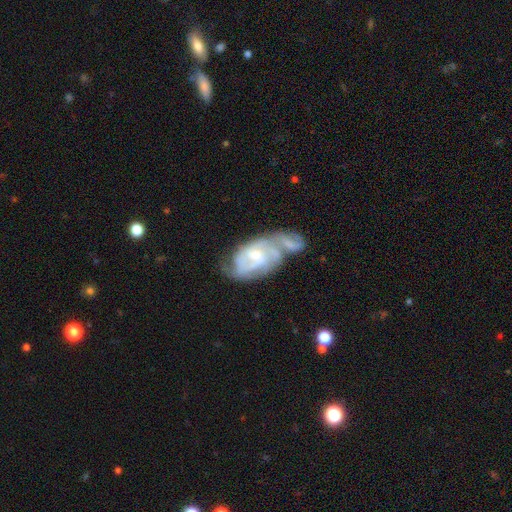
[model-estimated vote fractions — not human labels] A featured or disk galaxy (79%) with no bar (50%), 2 (42%) tight (45%) spiral arms (90%) and a small central bulge (56%).

Vote fractions:
- Smooth or featured? featured or disk: 79% / smooth: 15% / star or artifact: 6%
- Edge-on disk? no: 96% / yes: 4%
- Bar? no: 50% / weak: 41% / strong: 9%
- Spiral arms? yes: 90% / no: 10%
- Spiral winding? tight: 45% / medium: 41% / loose: 14%
- Spiral arm count? 2: 42% / can't tell: 30% / 3: 16% / 1: 5% / 4: 4% / more than 4: 3%
- Bulge size? small: 56% / moderate: 35% / none: 5% / large: 3% / dominant: 1%
- Merging? merger: 44% / none: 24% / minor disturbance: 17% / major disturbance: 15%